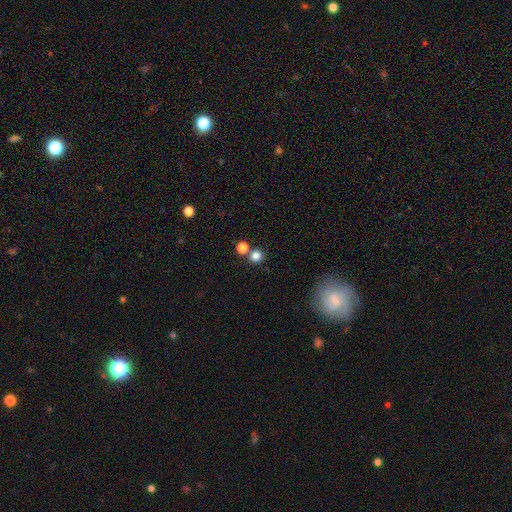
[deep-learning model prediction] Smooth or featured: smooth — 81% (star or artifact — 14%)
How rounded: round — 90% (in between — 9%)
Merging: none — 71% (merger — 19%)